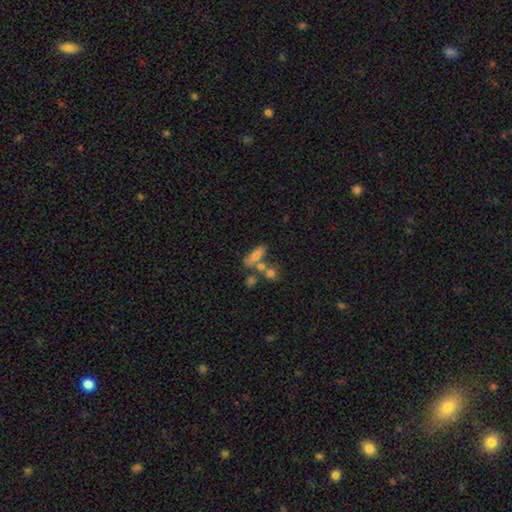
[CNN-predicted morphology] Smooth or featured: smooth — 70% (featured or disk — 19%)
How rounded: in between — 66% (cigar-shaped — 26%)
Merging: none — 43% (merger — 34%)